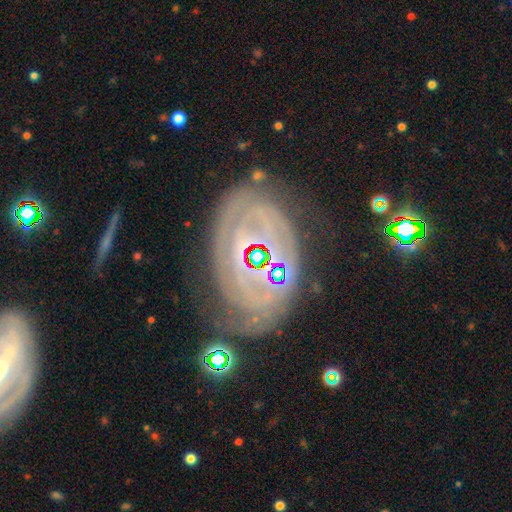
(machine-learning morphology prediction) Smooth or featured: featured or disk — 80% (smooth — 10%)
Edge-on disk: no — 95% (yes — 5%)
Bar: no — 37% (tied with weak — 37%)
Spiral arms: yes — 85% (no — 15%)
Spiral winding: tight — 77% (medium — 17%)
Spiral arm count: can't tell — 40% (2 — 27%)
Bulge size: small — 53% (moderate — 32%)
Merging: none — 69% (minor disturbance — 18%)